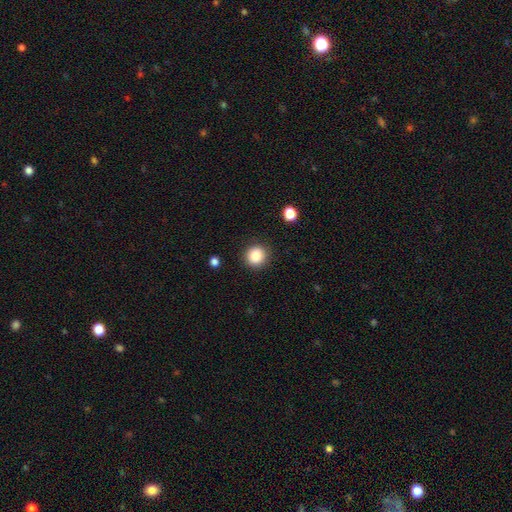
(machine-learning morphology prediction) Smooth or featured? Predicted: smooth (p=0.86). How rounded? Predicted: round (p=0.91). Merging? Predicted: none (p=0.89).